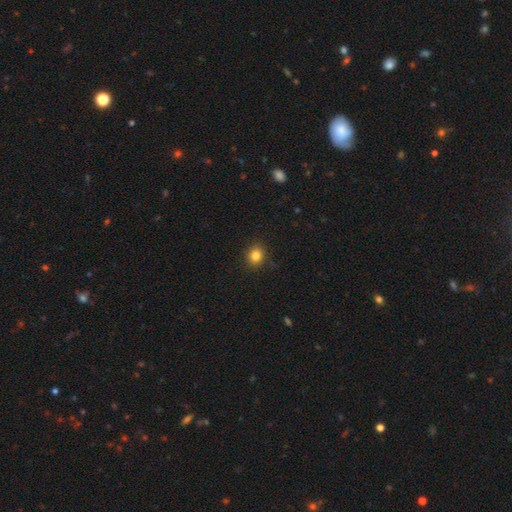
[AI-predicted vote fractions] smooth-or-featured: smooth: 83% | star or artifact: 11% | featured or disk: 5%
  how-rounded: round: 72% | in between: 27% | cigar-shaped: 1%
  merging: none: 90% | minor disturbance: 7% | major disturbance: 2% | merger: 1%